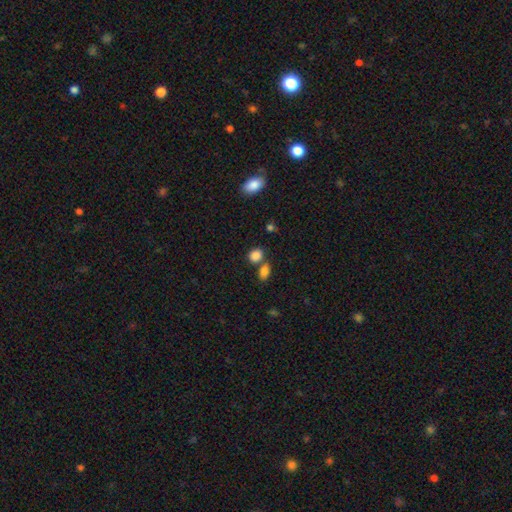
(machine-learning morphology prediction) smooth_or_featured: smooth (p=0.85) [alt: star or artifact p=0.10]
how_rounded: in between (p=0.59) [alt: round p=0.40]
merging: none (p=0.57) [alt: merger p=0.28]